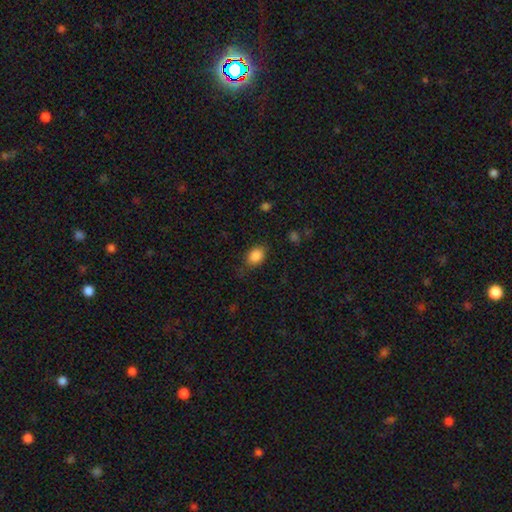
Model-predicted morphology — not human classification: type=smooth (87%); roundness=in between (74%); merging=none (77%).